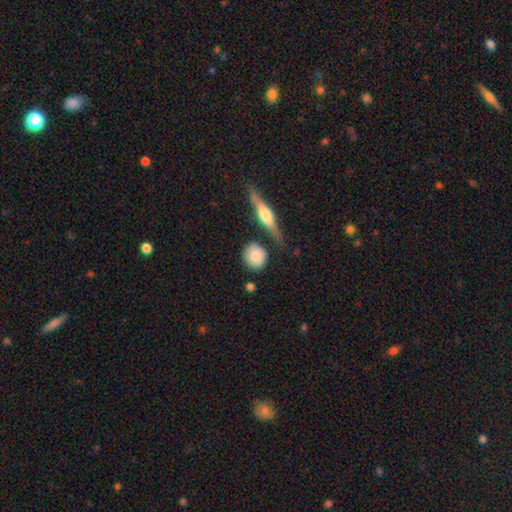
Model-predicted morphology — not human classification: Overall: smooth (78%). How rounded: round (79%). Merging: none (70%).